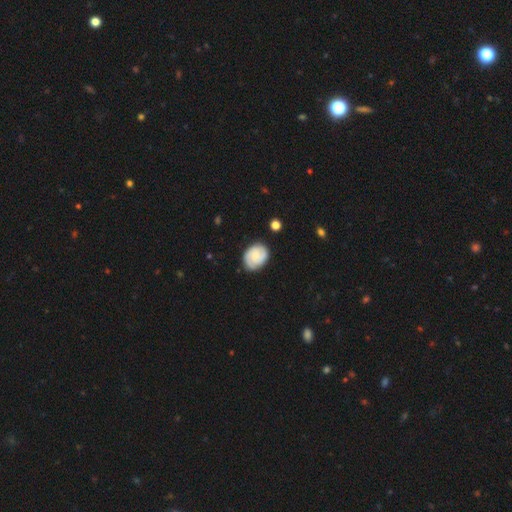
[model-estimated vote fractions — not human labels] Smooth or featured? Predicted: featured or disk (p=0.67). Edge-on disk? Predicted: no (p=0.98). Bar? Predicted: no (p=0.62). Spiral arms? Predicted: yes (p=0.94). Spiral winding? Predicted: tight (p=0.61). Spiral arm count? Predicted: 2 (p=0.61). Bulge size? Predicted: small (p=0.54). Merging? Predicted: none (p=0.80).